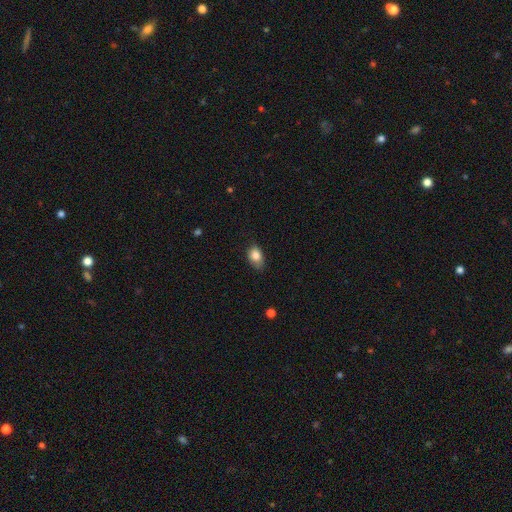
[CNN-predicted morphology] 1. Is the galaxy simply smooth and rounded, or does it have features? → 84% smooth, 8% star or artifact, 8% featured or disk.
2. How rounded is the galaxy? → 81% in between, 17% round, 1% cigar-shaped.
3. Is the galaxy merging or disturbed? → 67% none, 27% minor disturbance, 5% major disturbance, 1% merger.